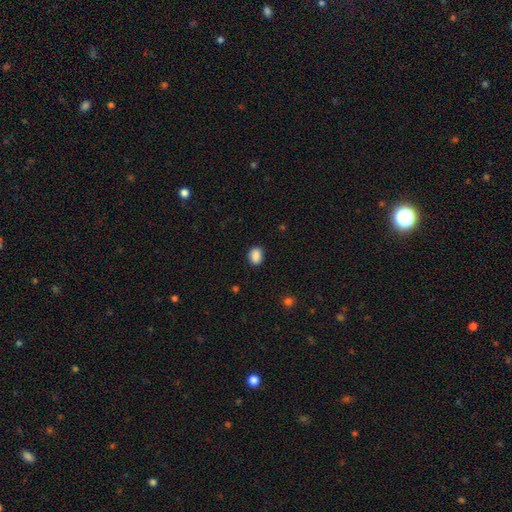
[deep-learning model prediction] Q: Smooth or featured?
A: smooth (88%); runner-up: star or artifact (9%)
Q: How rounded?
A: in between (62%); runner-up: round (37%)
Q: Merging?
A: none (83%); runner-up: minor disturbance (13%)